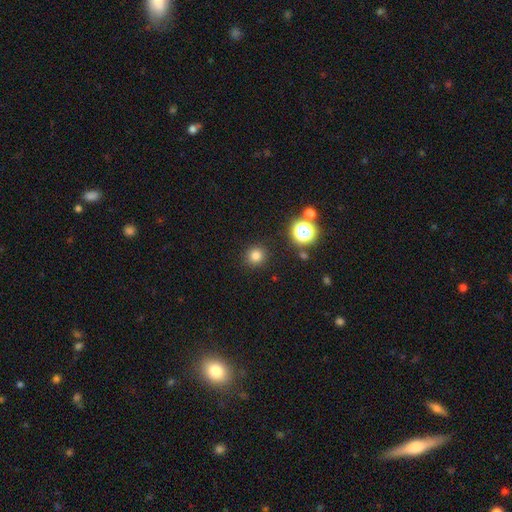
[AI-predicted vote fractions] Overall: smooth (79%). How rounded: round (92%). Merging: none (90%).